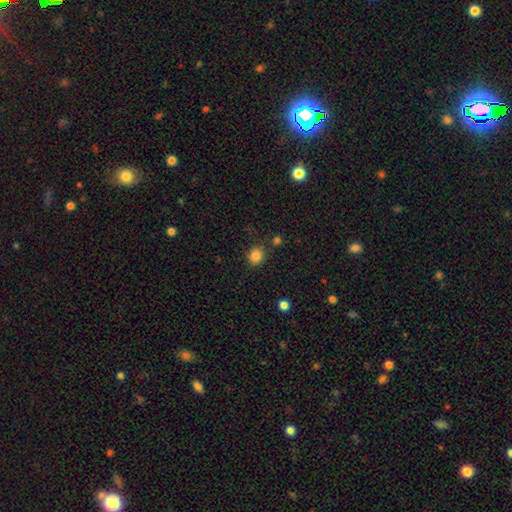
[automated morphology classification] Overall: smooth (84%). How rounded: round (82%). Merging: none (81%).